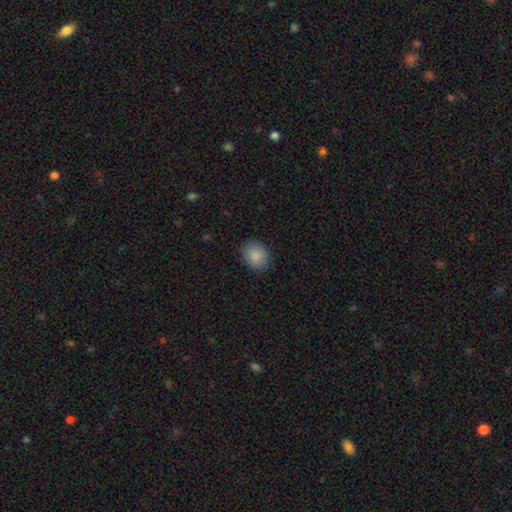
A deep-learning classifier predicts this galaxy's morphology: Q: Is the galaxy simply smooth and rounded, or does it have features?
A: smooth — 88%.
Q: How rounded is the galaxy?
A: round — 56%.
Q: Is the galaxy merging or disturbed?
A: none — 86%.